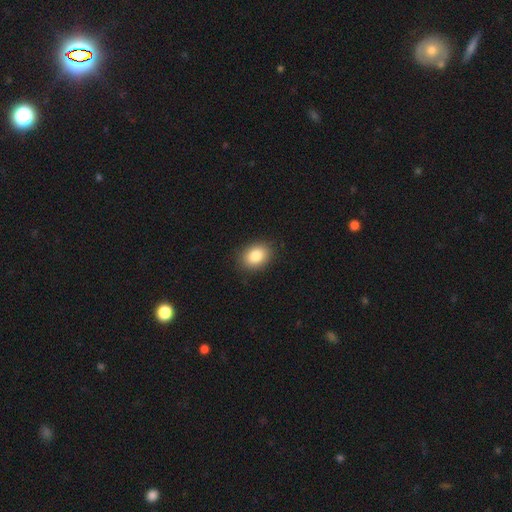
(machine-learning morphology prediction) This is clearly a smooth galaxy (85%). How rounded: likely in between (69%). Merging: clearly none (89%).